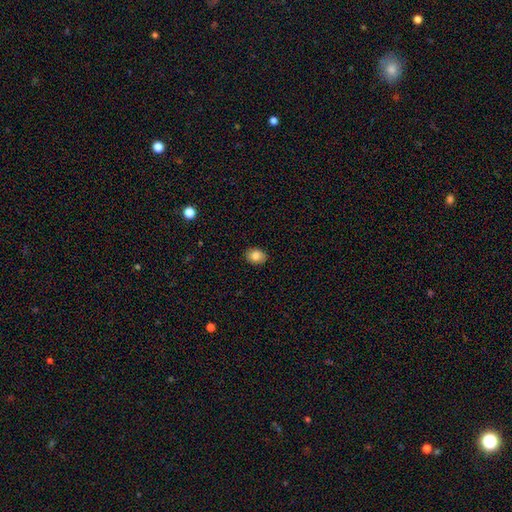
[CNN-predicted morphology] type=smooth (84%); roundness=in between (61%); merging=none (89%).